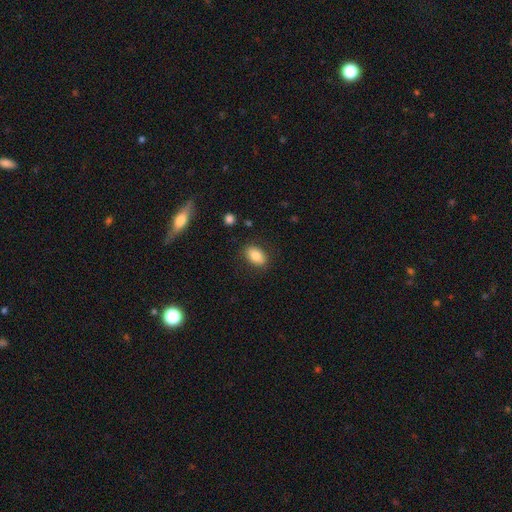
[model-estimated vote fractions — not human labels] The model was most divided on "merging": none: 85%, minor disturbance: 10%, major disturbance: 3%, merger: 1%. More confident: how rounded — in between (87%); smooth or featured — smooth (84%).